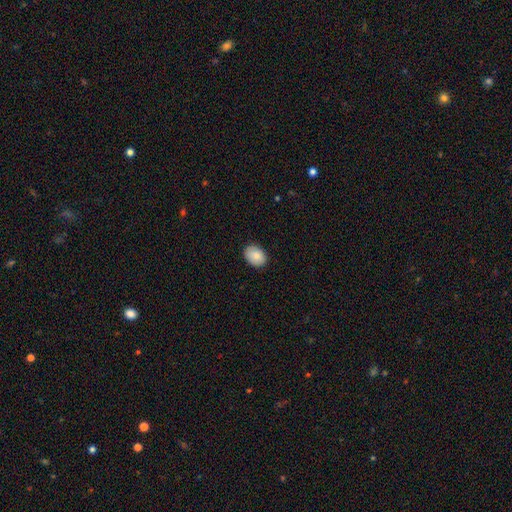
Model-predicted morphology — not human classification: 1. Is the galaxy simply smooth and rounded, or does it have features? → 84% smooth, 9% featured or disk, 7% star or artifact.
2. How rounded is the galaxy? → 71% in between, 28% round, 1% cigar-shaped.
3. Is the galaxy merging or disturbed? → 87% none, 10% minor disturbance, 2% major disturbance, 1% merger.